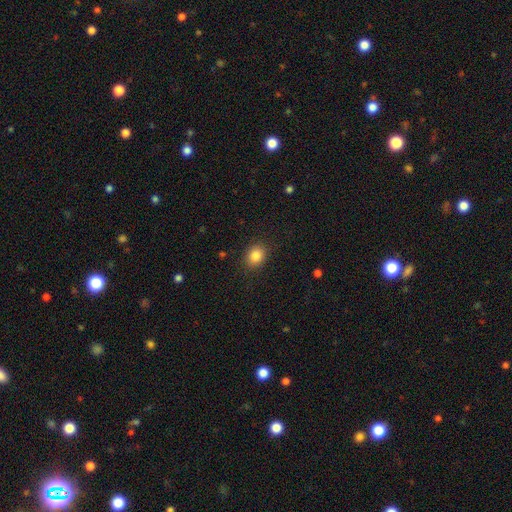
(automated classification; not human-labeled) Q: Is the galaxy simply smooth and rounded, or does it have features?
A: smooth — 85%.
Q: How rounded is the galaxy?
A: round — 52%.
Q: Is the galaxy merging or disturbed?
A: none — 87%.